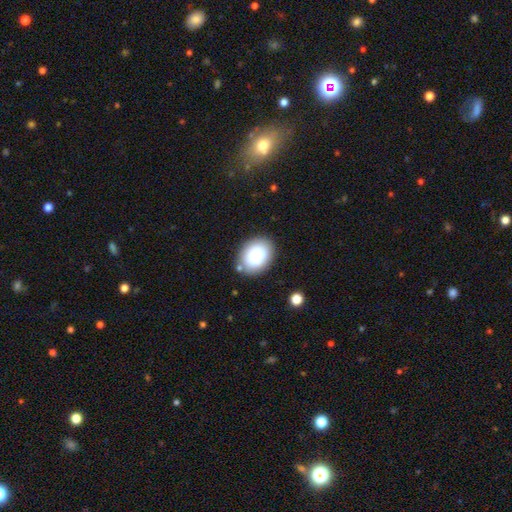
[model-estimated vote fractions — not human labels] smooth-or-featured: smooth: 81% | featured or disk: 11% | star or artifact: 7%
  how-rounded: in between: 68% | round: 31% | cigar-shaped: 1%
  merging: none: 82% | minor disturbance: 12% | merger: 4% | major disturbance: 3%